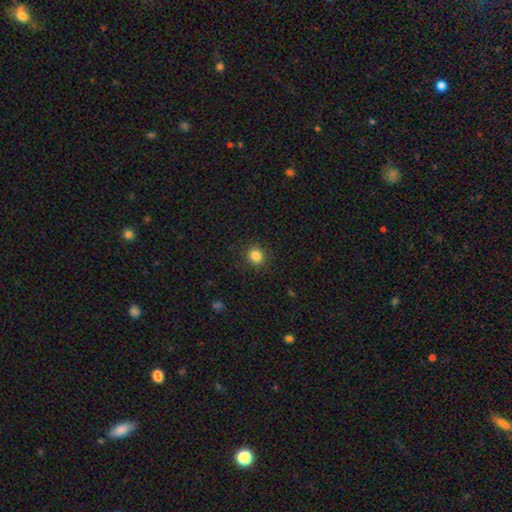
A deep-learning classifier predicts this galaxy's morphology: Smooth or featured? smooth (84%)
How rounded? round (90%)
Merging? none (90%)